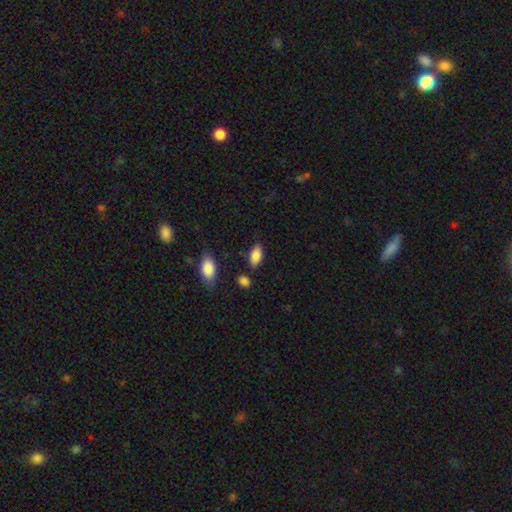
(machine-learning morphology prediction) Overall: smooth (83%). How rounded: in between (88%). Merging: none (80%).